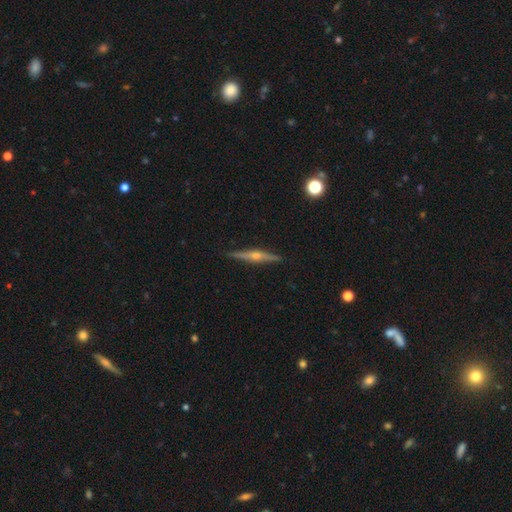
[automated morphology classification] A featured or disk galaxy (79%) viewed edge-on (98%) with a rounded central bulge (92%).

Vote fractions:
- Smooth or featured? featured or disk: 79% / smooth: 15% / star or artifact: 6%
- Edge-on disk? yes: 98% / no: 2%
- Edge-on bulge? rounded: 92% / boxy: 4% / none: 4%
- Merging? none: 91% / minor disturbance: 7% / major disturbance: 1% / merger: 1%